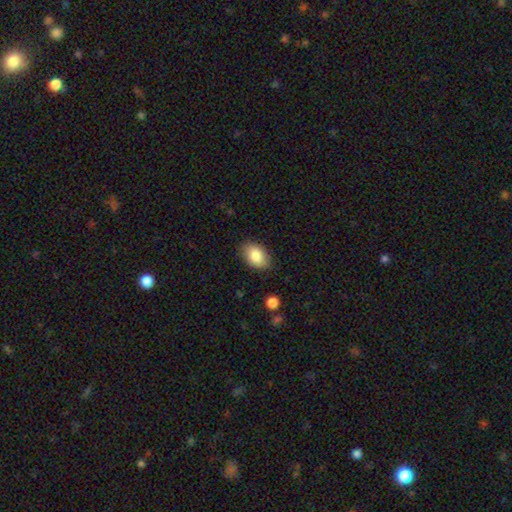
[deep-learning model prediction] Smooth or featured? smooth (85%)
How rounded? in between (87%)
Merging? none (83%)